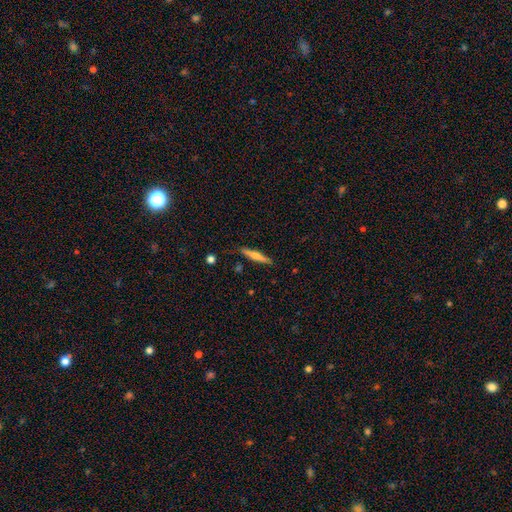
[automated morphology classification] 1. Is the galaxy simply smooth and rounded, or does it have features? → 50% smooth, 44% featured or disk, 6% star or artifact.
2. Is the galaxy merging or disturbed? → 87% none, 10% minor disturbance, 2% major disturbance, 2% merger.